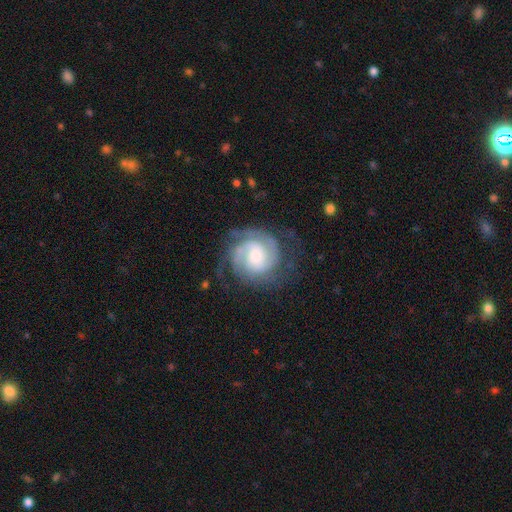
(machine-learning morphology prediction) This is clearly a featured or disk galaxy (81%). It is clearly not viewed edge-on (98%). Bar: possibly no (58%). Spiral arm pattern: clearly yes (96%). Spiral arm count: possibly 2 (52%). Spiral winding: possibly tight (55%). Central bulge: marginally moderate (35%). Merging: likely none (67%).